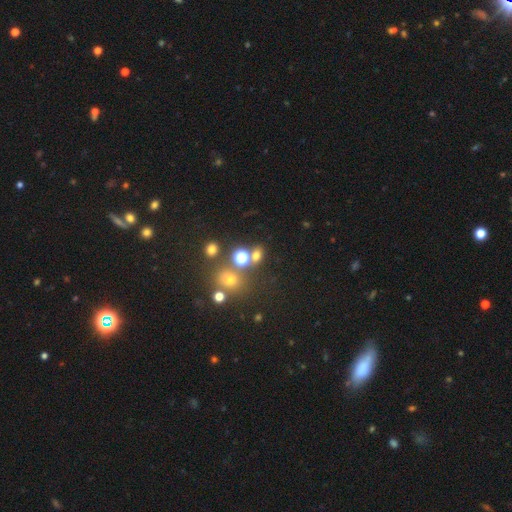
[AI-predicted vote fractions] Q: Smooth or featured?
A: smooth (63%); runner-up: star or artifact (28%)
Q: How rounded?
A: round (60%); runner-up: in between (38%)
Q: Merging?
A: none (66%); runner-up: merger (19%)